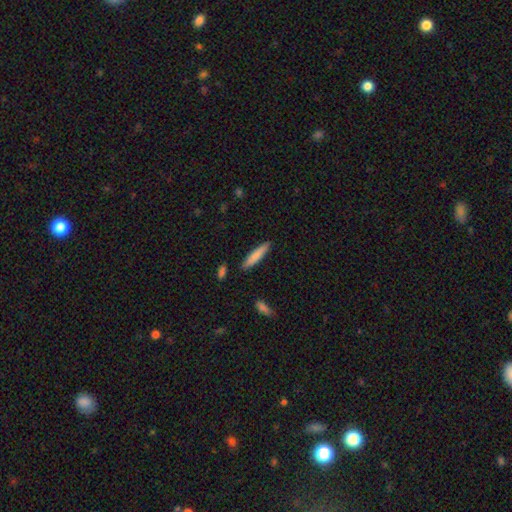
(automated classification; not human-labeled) Morphology: type=smooth (81%); roundness=cigar-shaped (89%); merging=none (88%).